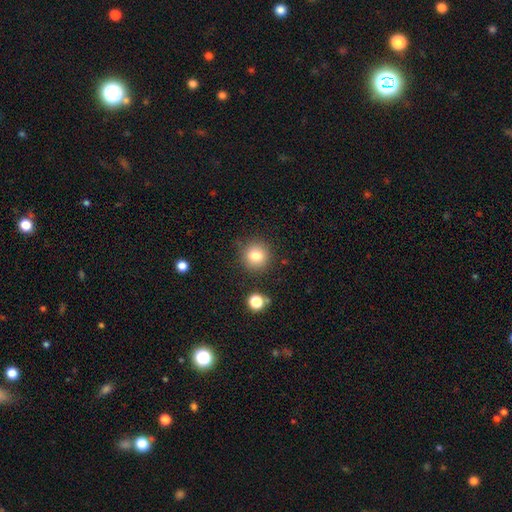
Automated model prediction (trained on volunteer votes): Smooth or featured?
  - smooth: 80% *
  - star or artifact: 12%
  - featured or disk: 8%
How rounded?
  - round: 93% *
  - in between: 6%
  - cigar-shaped: 1%
Merging?
  - none: 86% *
  - minor disturbance: 8%
  - merger: 3%
  - major disturbance: 3%